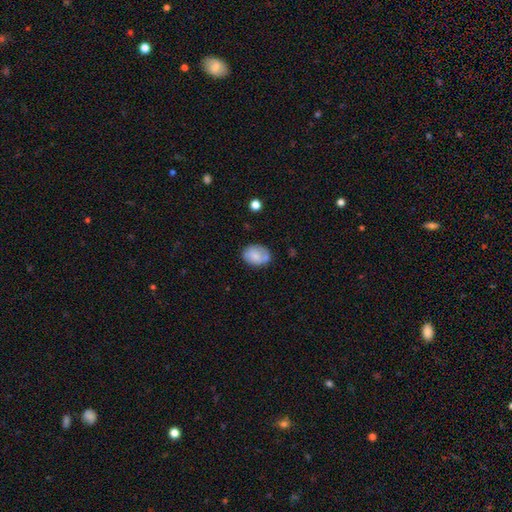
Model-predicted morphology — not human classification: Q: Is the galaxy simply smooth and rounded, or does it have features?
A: smooth — 73%.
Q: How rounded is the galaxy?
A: in between — 71%.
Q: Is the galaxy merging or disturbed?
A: none — 63%.